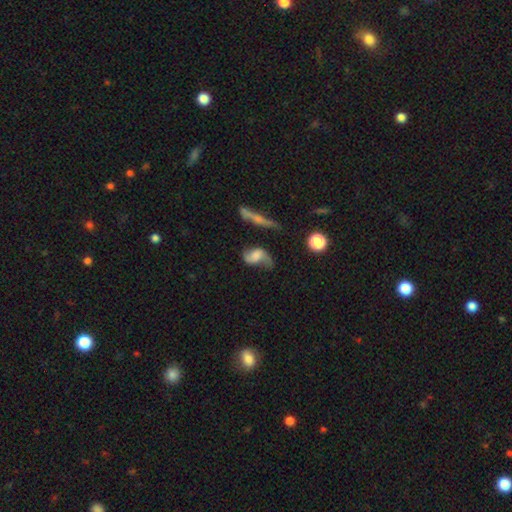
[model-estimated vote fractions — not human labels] Morphology: type=featured or disk (66%); edge-on=no (93%); bar=no (56%); spiral arms=yes (90%); winding=loose (69%); arm count=2 (85%); bulge=none (37%); merging=none (46%).